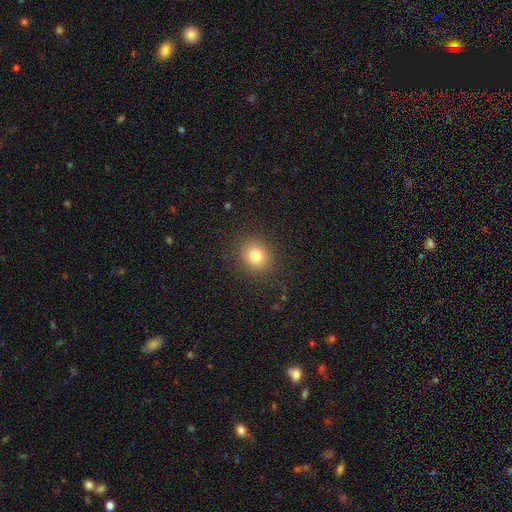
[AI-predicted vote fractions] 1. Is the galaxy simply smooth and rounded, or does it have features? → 81% smooth, 12% star or artifact, 7% featured or disk.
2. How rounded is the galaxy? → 72% round, 27% in between, 1% cigar-shaped.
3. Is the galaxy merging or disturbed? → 88% none, 8% minor disturbance, 3% major disturbance, 1% merger.